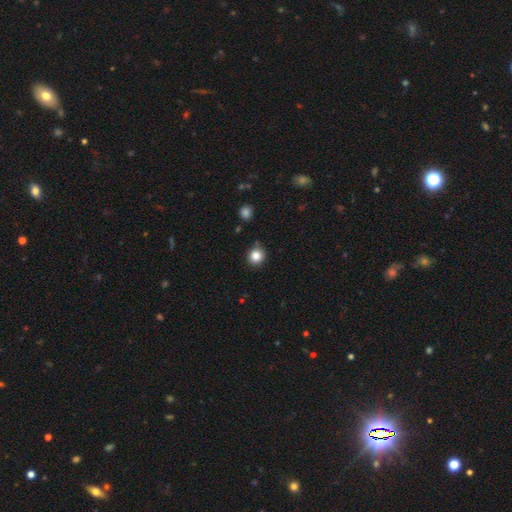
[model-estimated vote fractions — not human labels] smooth 83%, star or artifact 11%, featured or disk 6%. Down the decision tree: how rounded — round (91%); merging — none (85%).